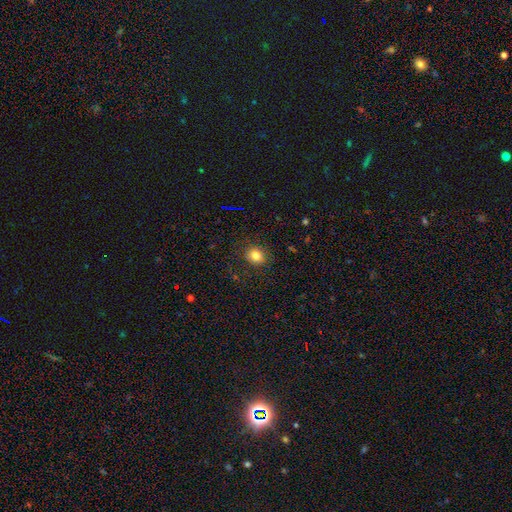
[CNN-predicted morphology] smooth_or_featured: smooth (p=0.81) [alt: star or artifact p=0.12]
how_rounded: round (p=0.73) [alt: in between p=0.26]
merging: none (p=0.87) [alt: minor disturbance p=0.09]